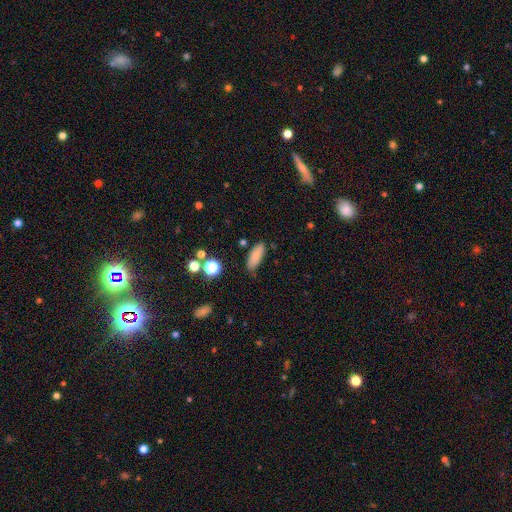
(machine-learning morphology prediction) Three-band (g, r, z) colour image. It shows a smooth galaxy with no disk features (83%) that is in between round and cigar-shaped (67%). Merging: none (81%).